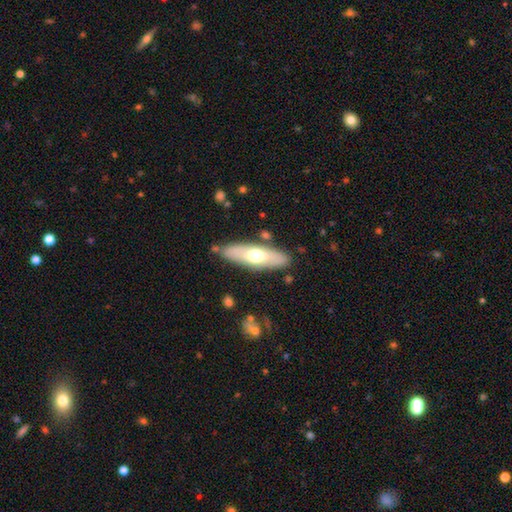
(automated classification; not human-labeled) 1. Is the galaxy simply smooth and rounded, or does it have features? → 52% smooth, 43% featured or disk, 5% star or artifact.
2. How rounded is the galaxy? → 49% in between (tied), 49% cigar-shaped (tied), 2% round.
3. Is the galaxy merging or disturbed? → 83% none, 12% minor disturbance, 3% major disturbance, 3% merger.